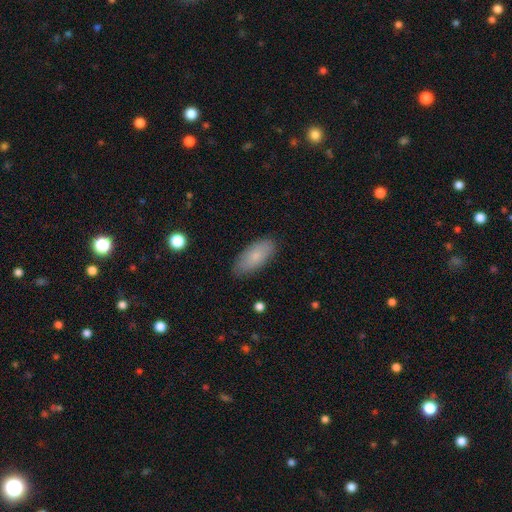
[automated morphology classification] smooth_or_featured: smooth (p=0.77) [alt: featured or disk p=0.16]
how_rounded: in between (p=0.87) [alt: cigar-shaped p=0.10]
merging: none (p=0.84) [alt: minor disturbance p=0.12]